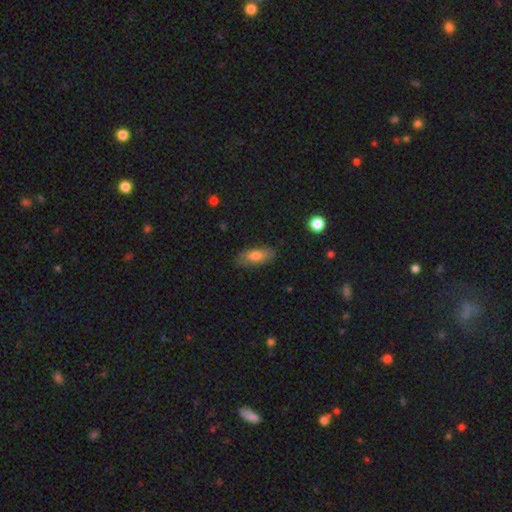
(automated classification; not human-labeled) Overall: smooth (74%). How rounded: in between (80%). Merging: none (79%).